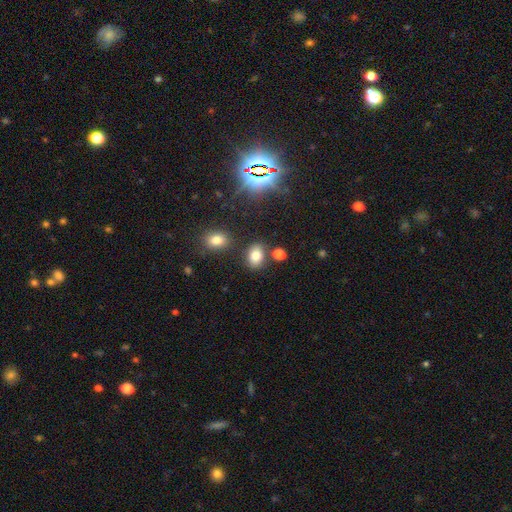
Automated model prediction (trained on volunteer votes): Q: Smooth or featured?
A: smooth (78%); runner-up: star or artifact (13%)
Q: How rounded?
A: in between (71%); runner-up: round (27%)
Q: Merging?
A: none (77%); runner-up: minor disturbance (11%)